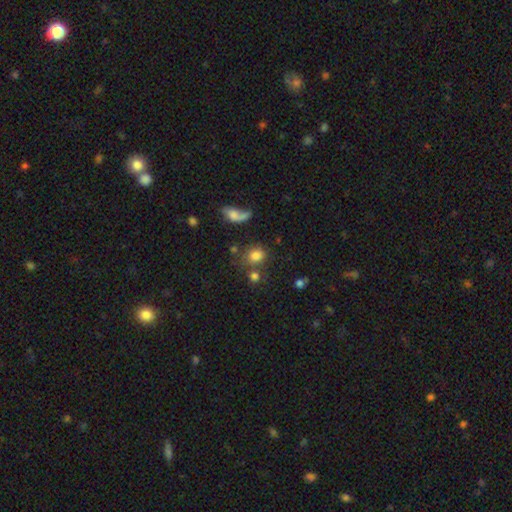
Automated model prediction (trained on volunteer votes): This appears to be a smooth galaxy with no disk features (76%) that is round (49%, tied with in between). Merging: none (53%).